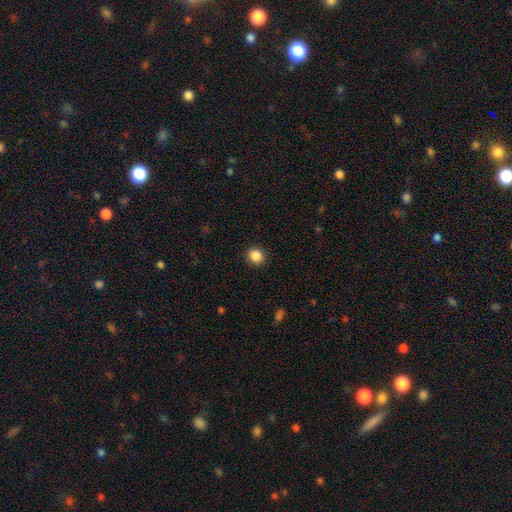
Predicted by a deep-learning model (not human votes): This is clearly a smooth galaxy (87%). How rounded: clearly round (88%). Merging: clearly none (91%).